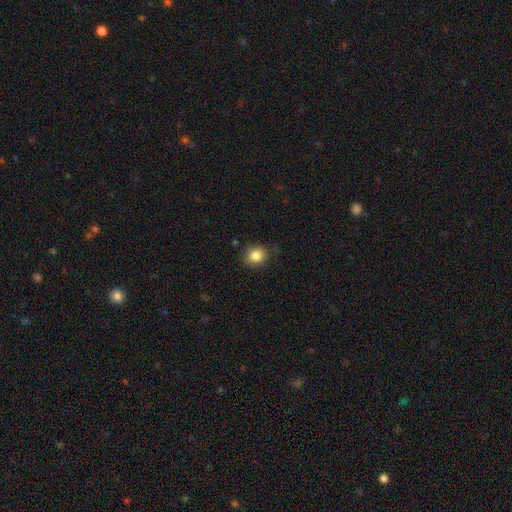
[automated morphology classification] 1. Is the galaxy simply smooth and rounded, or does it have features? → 84% smooth, 10% star or artifact, 6% featured or disk.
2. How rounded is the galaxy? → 65% round, 34% in between, 1% cigar-shaped.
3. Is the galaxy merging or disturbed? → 82% none, 13% minor disturbance, 3% major disturbance, 2% merger.